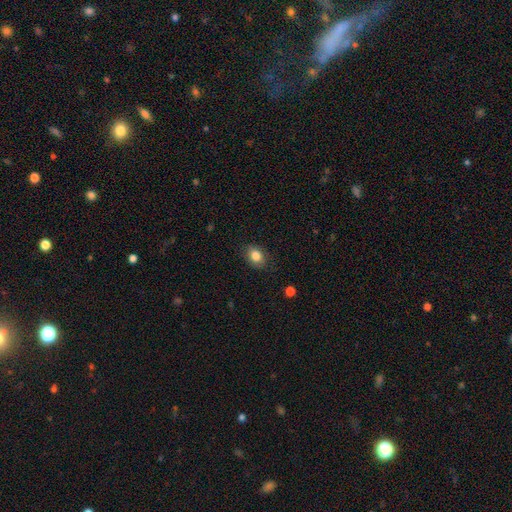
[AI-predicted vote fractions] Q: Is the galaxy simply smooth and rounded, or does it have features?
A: smooth — 83%.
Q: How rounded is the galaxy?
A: in between — 68%.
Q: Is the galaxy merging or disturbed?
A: none — 81%.